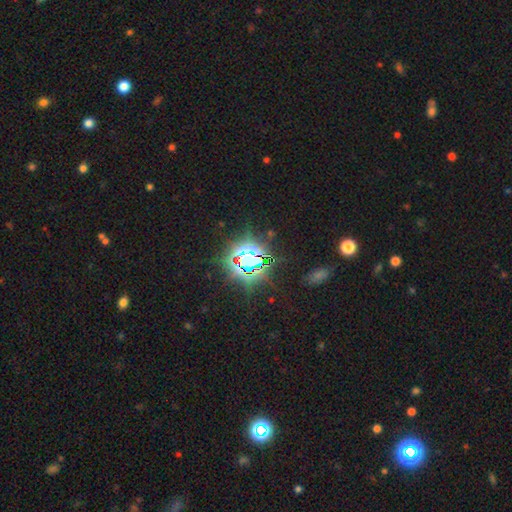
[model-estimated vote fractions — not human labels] Smooth or featured?
  - star or artifact: 82% *
  - smooth: 10%
  - featured or disk: 7%